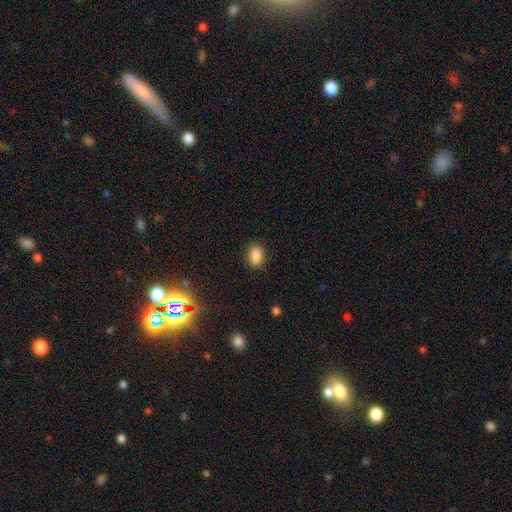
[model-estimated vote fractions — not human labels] Overall: smooth (86%). How rounded: in between (82%). Merging: none (85%).